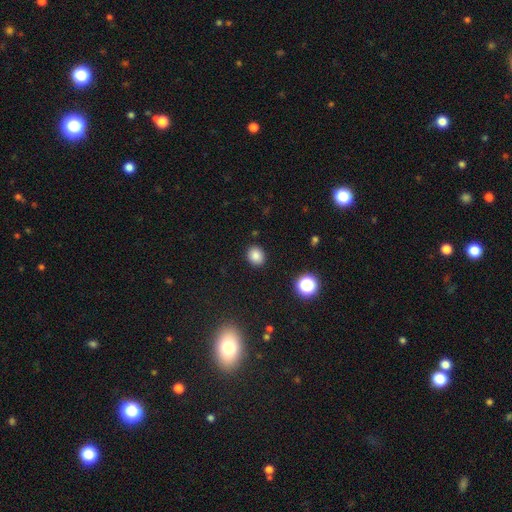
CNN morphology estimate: smooth_or_featured: smooth (p=0.83) [alt: star or artifact p=0.12]
how_rounded: round (p=0.70) [alt: in between p=0.29]
merging: none (p=0.90) [alt: minor disturbance p=0.07]